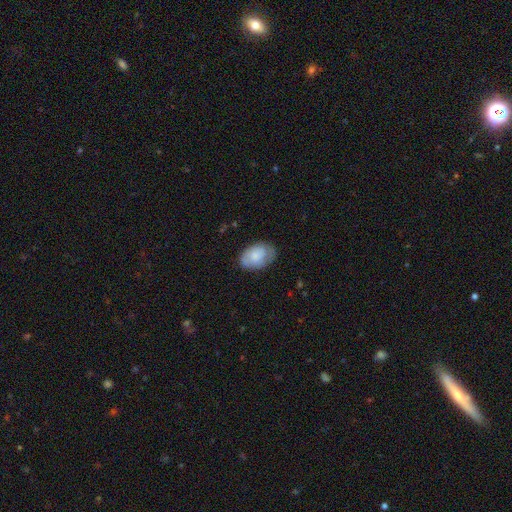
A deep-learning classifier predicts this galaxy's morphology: smooth_or_featured: smooth (p=0.75) [alt: featured or disk p=0.19]
how_rounded: in between (p=0.89) [alt: round p=0.10]
merging: none (p=0.72) [alt: minor disturbance p=0.21]